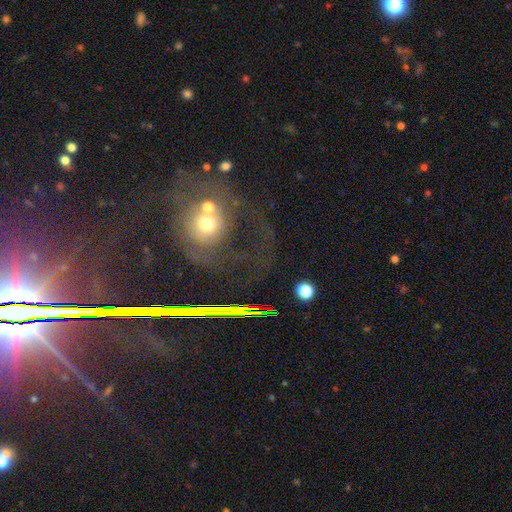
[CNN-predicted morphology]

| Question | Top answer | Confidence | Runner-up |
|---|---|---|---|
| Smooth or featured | featured or disk | 41% | star or artifact (35%) |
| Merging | none | 55% | major disturbance (18%) |